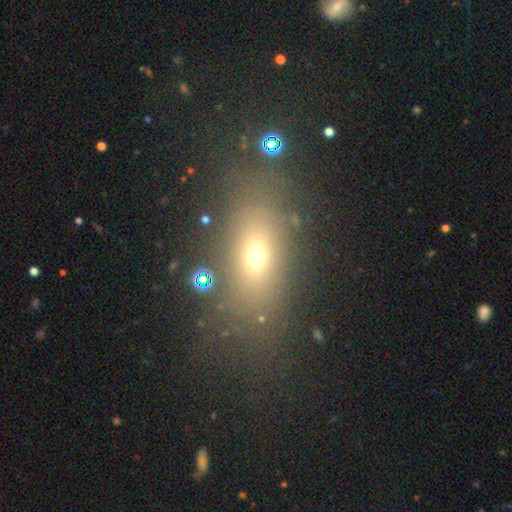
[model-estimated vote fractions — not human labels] A smooth galaxy with no disk features (62%) that is in between round and cigar-shaped (70%).

Vote fractions:
- Smooth or featured? smooth: 62% / star or artifact: 20% / featured or disk: 18%
- How rounded? in between: 70% / round: 19% / cigar-shaped: 11%
- Merging? none: 75% / minor disturbance: 12% / major disturbance: 9% / merger: 4%